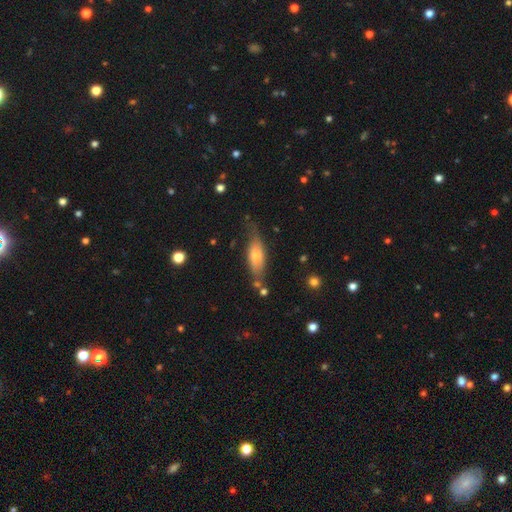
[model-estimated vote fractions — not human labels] Morphology: type=smooth (54%); roundness=in between (61%); merging=none (59%).